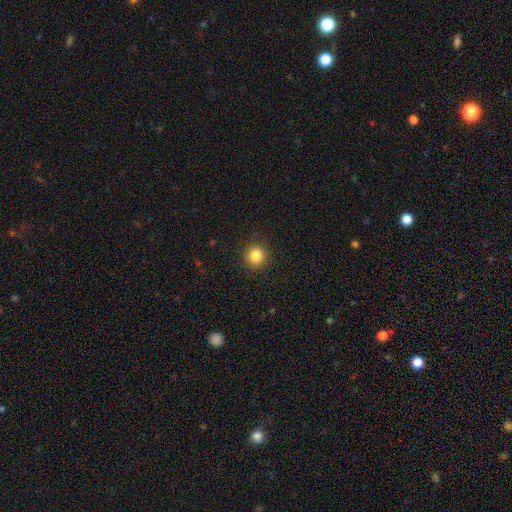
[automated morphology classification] The model was most divided on "smooth or featured": smooth: 84%, star or artifact: 11%, featured or disk: 5%. More confident: how rounded — round (94%); merging — none (92%).